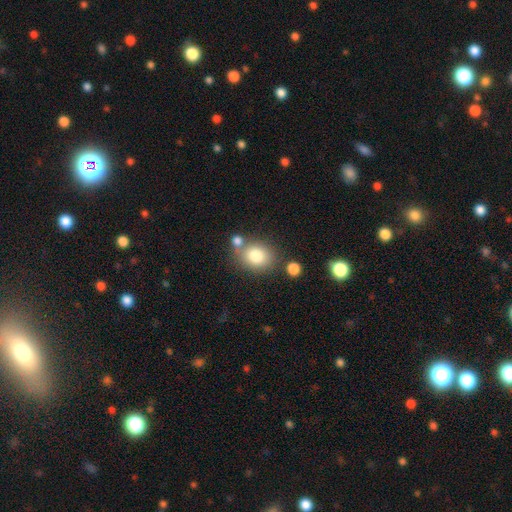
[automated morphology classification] smooth 80%, featured or disk 11%, star or artifact 10%. Down the decision tree: how rounded — round (62%); merging — none (62%).